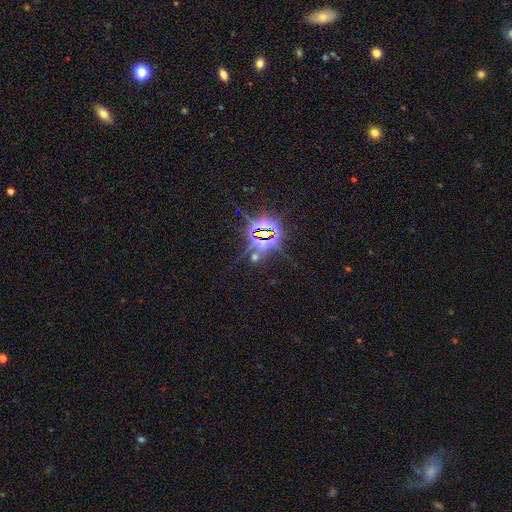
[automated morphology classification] This is clearly a star or artifact rather than a galaxy (85%).